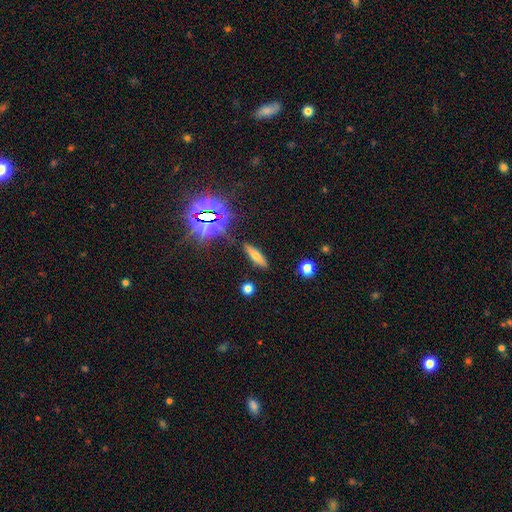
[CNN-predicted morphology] The model was most divided on "smooth or featured": smooth: 56%, featured or disk: 26%, star or artifact: 18%. More confident: merging — none (86%); how rounded — cigar-shaped (65%).